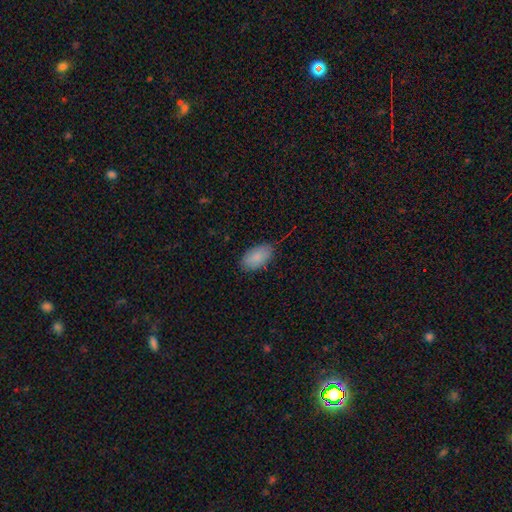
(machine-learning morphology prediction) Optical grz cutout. It shows a smooth galaxy with no disk features (86%) that is in between round and cigar-shaped (94%). Merging: none (75%).